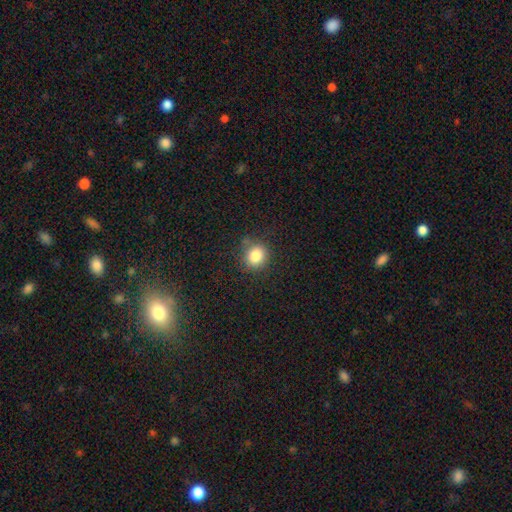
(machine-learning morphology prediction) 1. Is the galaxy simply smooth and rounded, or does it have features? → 84% smooth, 11% star or artifact, 5% featured or disk.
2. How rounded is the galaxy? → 78% round, 21% in between, 1% cigar-shaped.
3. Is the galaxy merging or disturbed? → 80% none, 14% minor disturbance, 4% major disturbance, 2% merger.